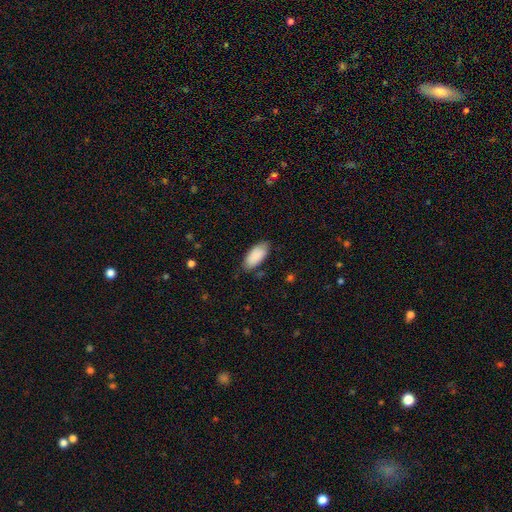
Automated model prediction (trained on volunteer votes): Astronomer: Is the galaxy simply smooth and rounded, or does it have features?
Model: smooth — 89%.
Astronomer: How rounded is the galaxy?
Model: in between — 92%.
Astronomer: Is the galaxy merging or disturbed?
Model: none — 80%.